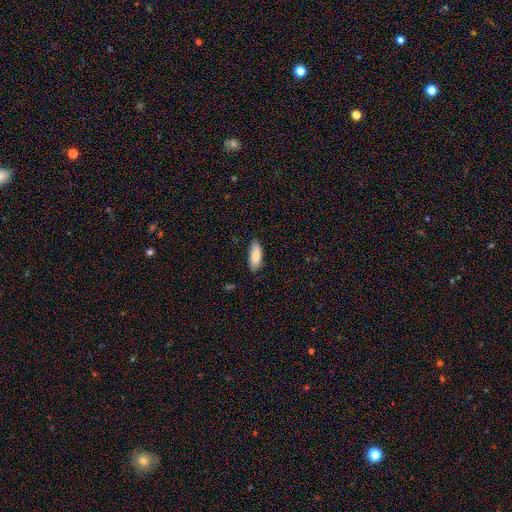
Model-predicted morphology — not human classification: Smooth or featured? smooth (86%)
How rounded? in between (77%)
Merging? none (81%)